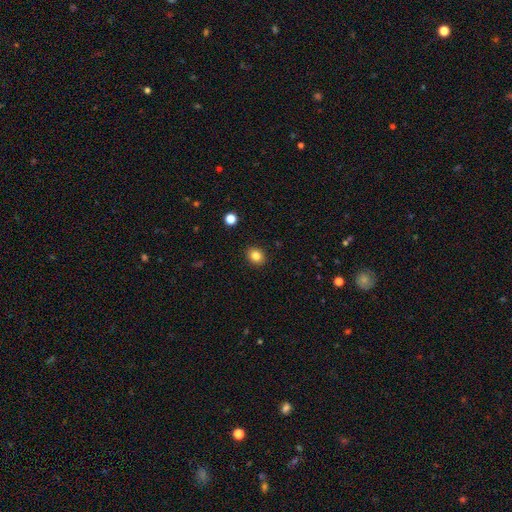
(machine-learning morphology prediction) A smooth galaxy with no disk features (84%) that is round (57%). Merging: none (90%).